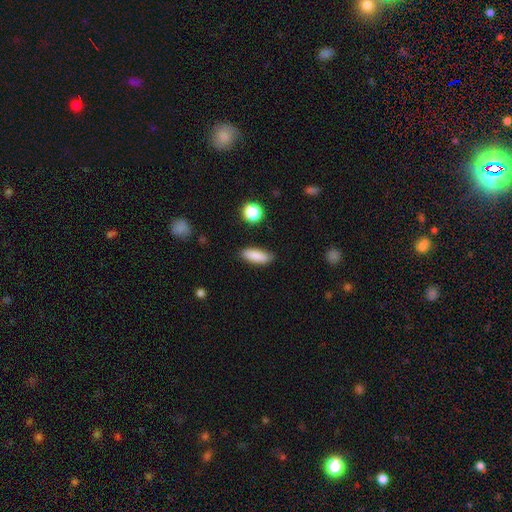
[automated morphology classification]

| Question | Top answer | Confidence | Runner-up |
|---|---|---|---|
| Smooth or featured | smooth | 86% | star or artifact (7%) |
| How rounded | in between | 66% | cigar-shaped (32%) |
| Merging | none | 85% | minor disturbance (11%) |